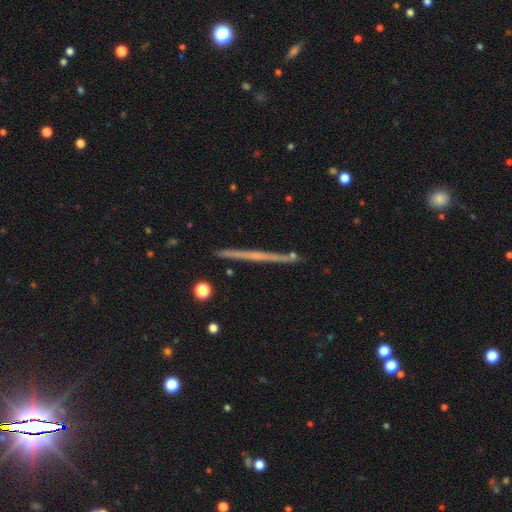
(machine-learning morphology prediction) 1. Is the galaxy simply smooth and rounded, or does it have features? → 64% featured or disk, 28% smooth, 9% star or artifact.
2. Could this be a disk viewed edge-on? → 97% yes, 3% no.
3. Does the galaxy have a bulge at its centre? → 75% none, 19% rounded, 5% boxy.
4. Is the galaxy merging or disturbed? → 90% none, 7% minor disturbance, 2% merger, 2% major disturbance.